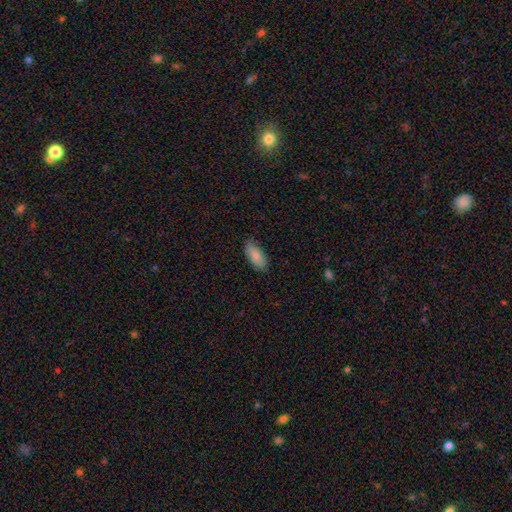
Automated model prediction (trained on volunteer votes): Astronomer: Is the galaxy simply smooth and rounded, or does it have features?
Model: smooth — 86%.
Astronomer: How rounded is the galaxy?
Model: in between — 84%.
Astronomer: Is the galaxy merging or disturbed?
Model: none — 81%.